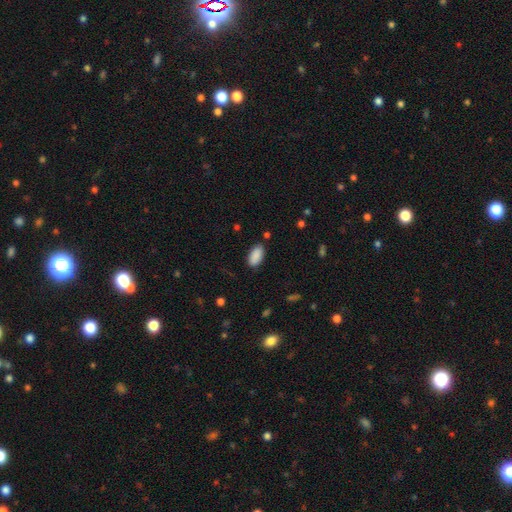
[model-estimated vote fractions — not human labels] Overall: smooth (90%). How rounded: in between (94%). Merging: none (85%).